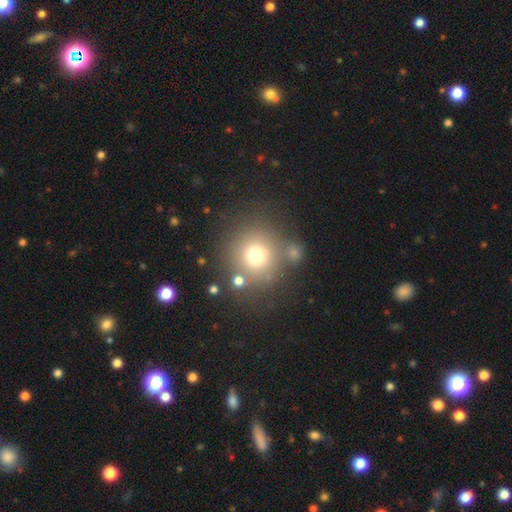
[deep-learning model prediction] A smooth galaxy with no disk features (70%) that is round (92%). Merging: none (72%).